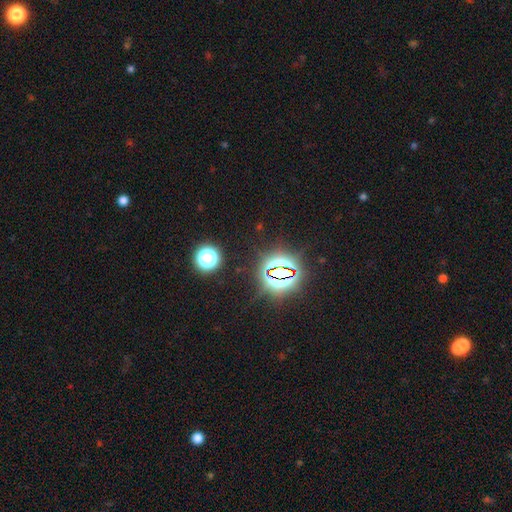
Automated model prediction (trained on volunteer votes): star or artifact 84%, smooth 11%, featured or disk 6%.